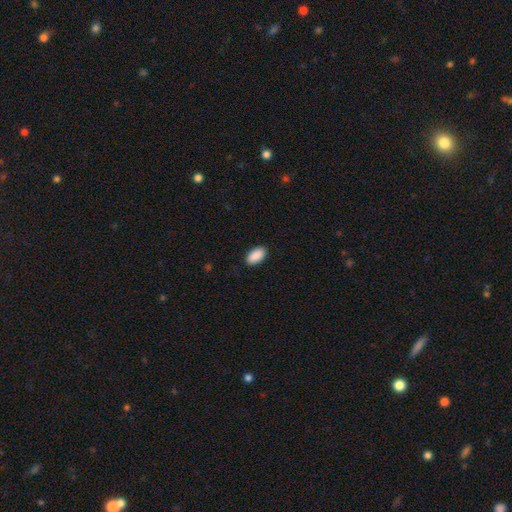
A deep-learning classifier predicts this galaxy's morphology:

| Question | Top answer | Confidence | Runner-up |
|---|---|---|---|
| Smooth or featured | smooth | 91% | star or artifact (6%) |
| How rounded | in between | 95% | round (3%) |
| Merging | none | 89% | minor disturbance (8%) |